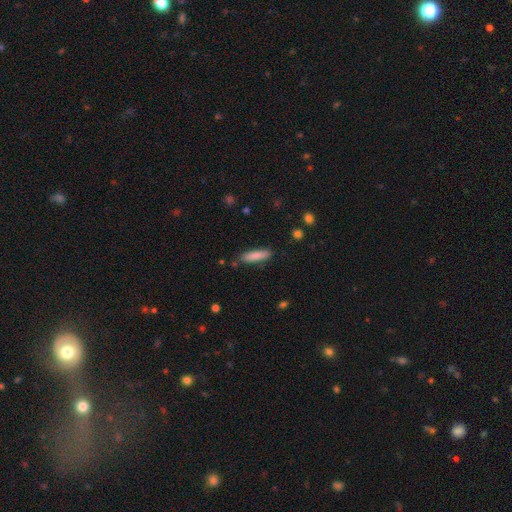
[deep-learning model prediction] Smooth or featured?
  - smooth: 83% *
  - featured or disk: 11%
  - star or artifact: 6%
How rounded?
  - cigar-shaped: 68% *
  - in between: 30%
  - round: 1%
Merging?
  - none: 83% *
  - minor disturbance: 12%
  - merger: 3%
  - major disturbance: 2%